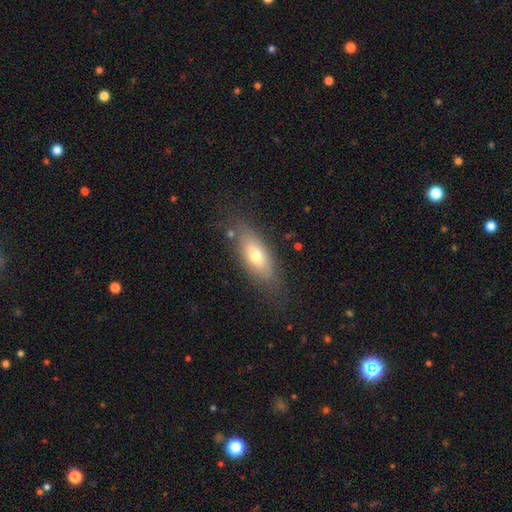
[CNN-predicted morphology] Smooth or featured?
  - smooth: 65% *
  - featured or disk: 27%
  - star or artifact: 8%
How rounded?
  - in between: 73% *
  - cigar-shaped: 24%
  - round: 3%
Merging?
  - none: 76% *
  - minor disturbance: 16%
  - major disturbance: 6%
  - merger: 2%